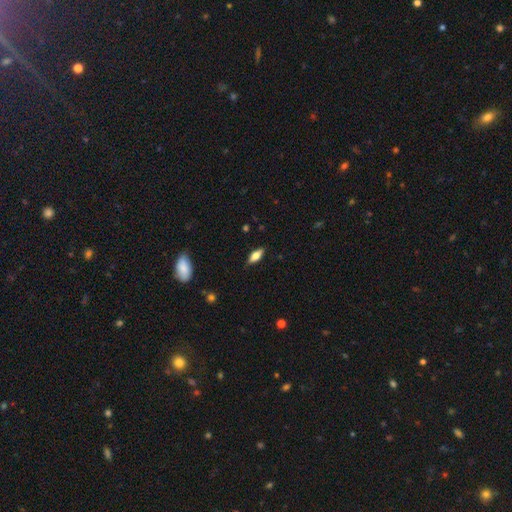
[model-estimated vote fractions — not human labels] Smooth or featured: smooth — 62% (featured or disk — 31%)
How rounded: in between — 72% (cigar-shaped — 25%)
Merging: none — 86% (minor disturbance — 11%)